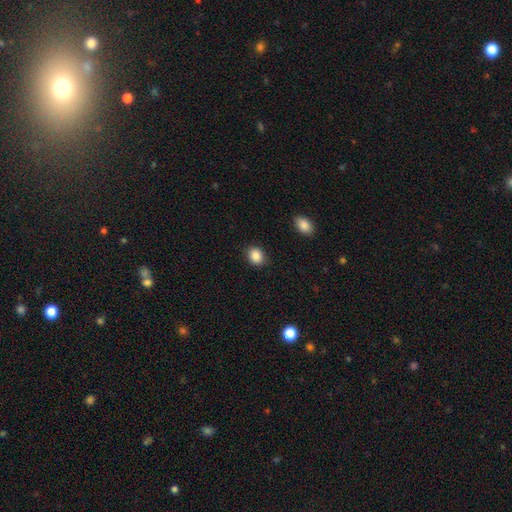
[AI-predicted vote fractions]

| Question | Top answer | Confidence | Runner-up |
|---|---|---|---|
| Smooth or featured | smooth | 87% | star or artifact (9%) |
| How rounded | round | 55% | in between (44%) |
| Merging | none | 85% | minor disturbance (10%) |